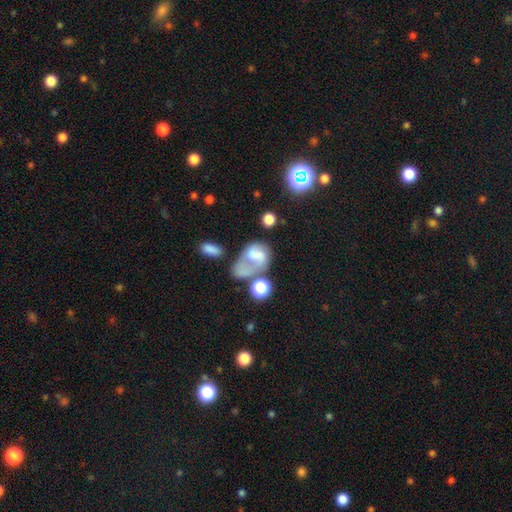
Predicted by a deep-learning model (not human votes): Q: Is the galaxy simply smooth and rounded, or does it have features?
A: featured or disk — 45%.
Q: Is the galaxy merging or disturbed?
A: major disturbance — 35%.